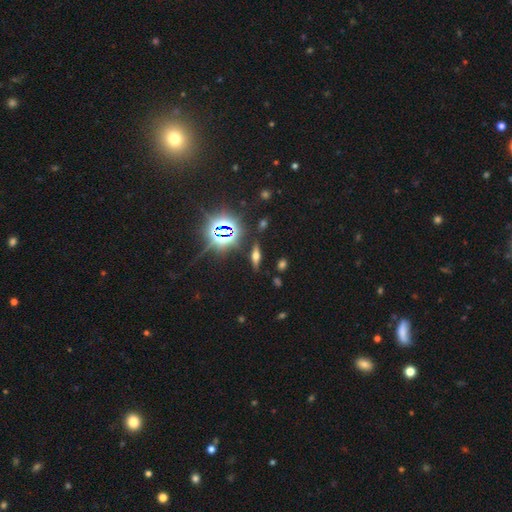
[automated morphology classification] Smooth or featured: featured or disk — 38% (smooth — 32%)
Merging: none — 85% (minor disturbance — 9%)